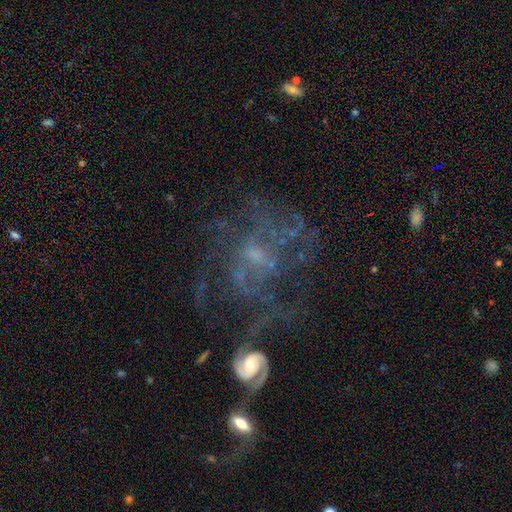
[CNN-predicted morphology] Smooth or featured?
  - featured or disk: 71% *
  - star or artifact: 18%
  - smooth: 12%
Edge-on disk?
  - no: 97% *
  - yes: 3%
Bar?
  - no: 60% *
  - weak: 34%
  - strong: 7%
Spiral arms?
  - yes: 69% *
  - no: 31%
Bulge size?
  - small: 53% *
  - moderate: 23%
  - none: 21%
  - large: 2%
  - dominant: 1%
Merging?
  - none: 48% *
  - major disturbance: 27%
  - minor disturbance: 15%
  - merger: 11%